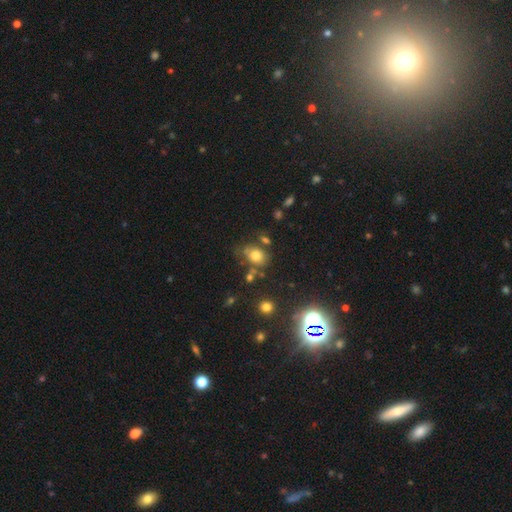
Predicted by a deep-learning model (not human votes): smooth_or_featured: smooth (p=0.72) [alt: star or artifact p=0.15]
how_rounded: in between (p=0.61) [alt: round p=0.37]
merging: none (p=0.58) [alt: minor disturbance p=0.20]